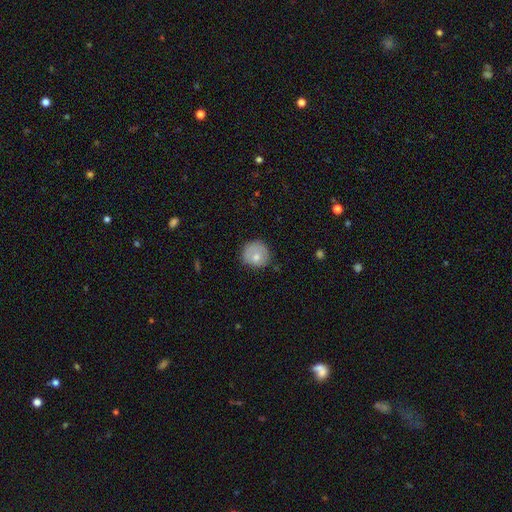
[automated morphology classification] Smooth or featured?
  - smooth: 72% *
  - featured or disk: 20%
  - star or artifact: 8%
How rounded?
  - round: 88% *
  - in between: 11%
  - cigar-shaped: 1%
Merging?
  - none: 71% *
  - minor disturbance: 21%
  - major disturbance: 6%
  - merger: 2%